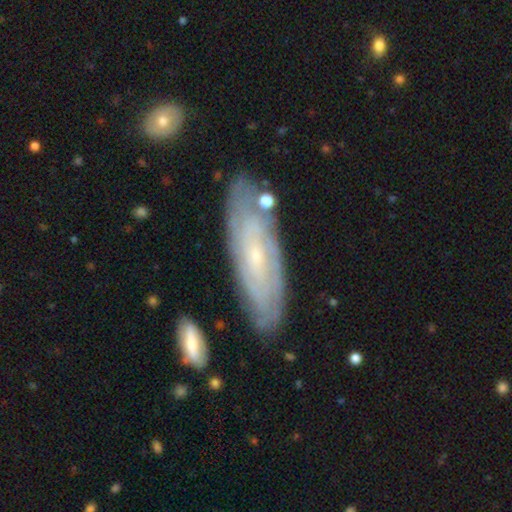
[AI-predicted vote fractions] Smooth or featured? featured or disk (73%)
Edge-on disk? no (82%)
Bar? no (65%)
Spiral arms? yes (85%)
Spiral winding? tight (76%)
Spiral arm count? can't tell (66%)
Bulge size? small (80%)
Merging? none (81%)